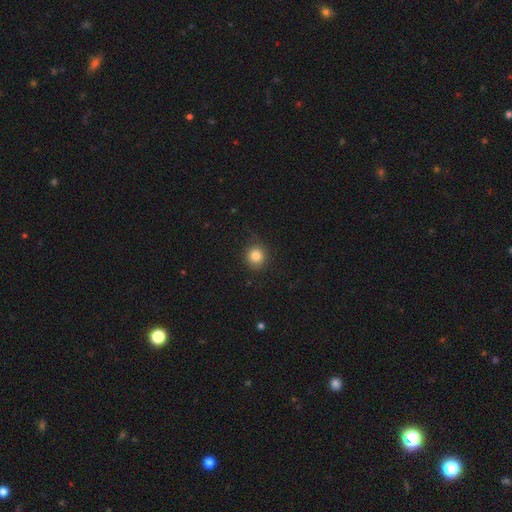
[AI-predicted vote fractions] Q: Smooth or featured?
A: smooth (84%); runner-up: star or artifact (10%)
Q: How rounded?
A: round (90%); runner-up: in between (9%)
Q: Merging?
A: none (83%); runner-up: minor disturbance (13%)